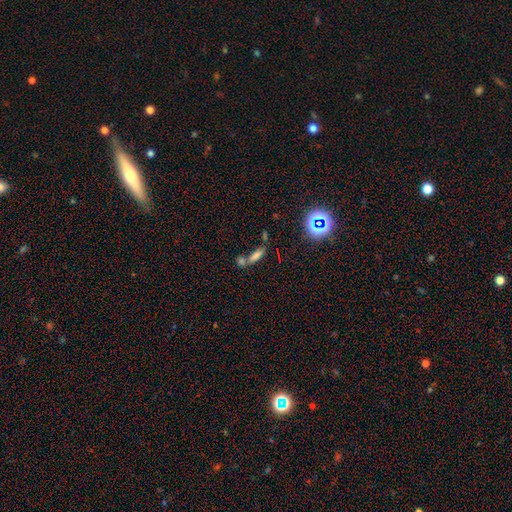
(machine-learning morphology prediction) The model was most divided on "merging": merger: 43%, none: 41%, minor disturbance: 10%, major disturbance: 5%. Remaining: smooth or featured — smooth (66%); how rounded — in between (48%).